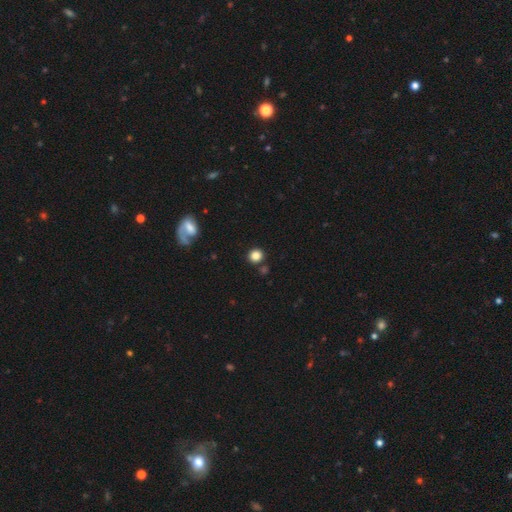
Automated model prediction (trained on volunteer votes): Overall: smooth (84%). How rounded: round (89%). Merging: none (83%).